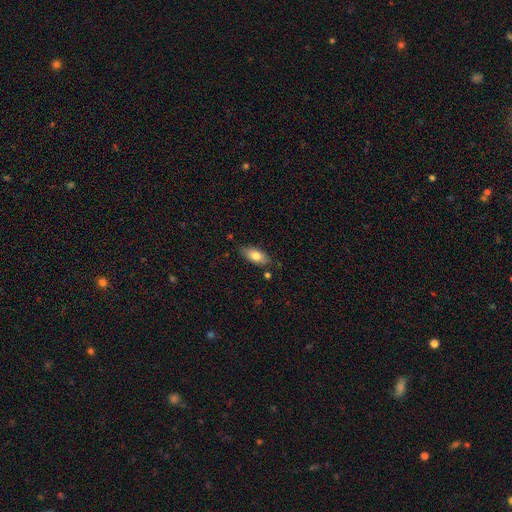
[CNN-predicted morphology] Smooth or featured? Predicted: smooth (p=0.78). How rounded? Predicted: in between (p=0.88). Merging? Predicted: none (p=0.80).